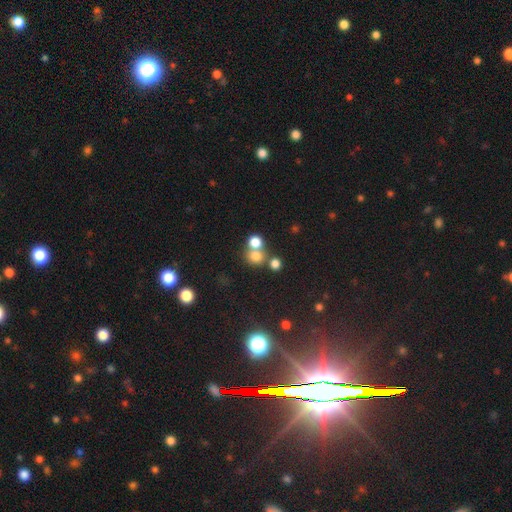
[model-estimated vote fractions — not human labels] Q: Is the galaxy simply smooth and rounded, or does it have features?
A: smooth — 73%.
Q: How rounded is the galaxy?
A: round — 82%.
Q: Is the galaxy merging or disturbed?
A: none — 48%.